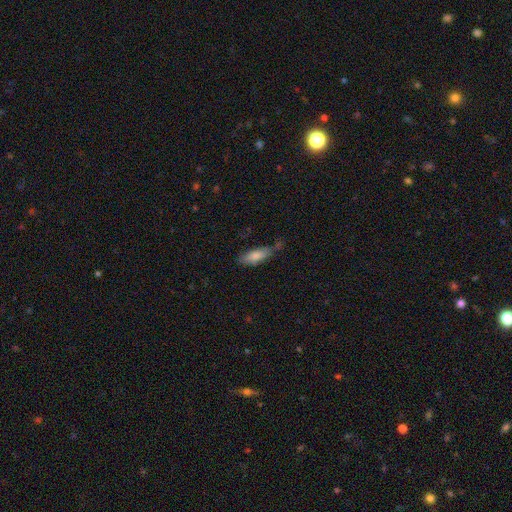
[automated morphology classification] Smooth or featured? smooth (80%)
How rounded? in between (62%)
Merging? none (59%)